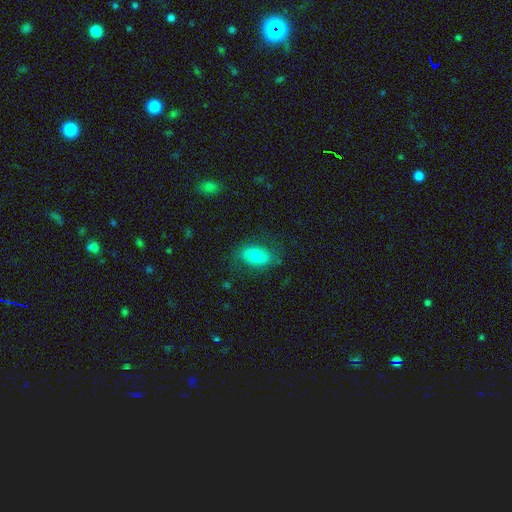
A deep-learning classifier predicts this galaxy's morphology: smooth 76%, featured or disk 17%, star or artifact 8%. Down the decision tree: how rounded — in between (90%); merging — none (74%).